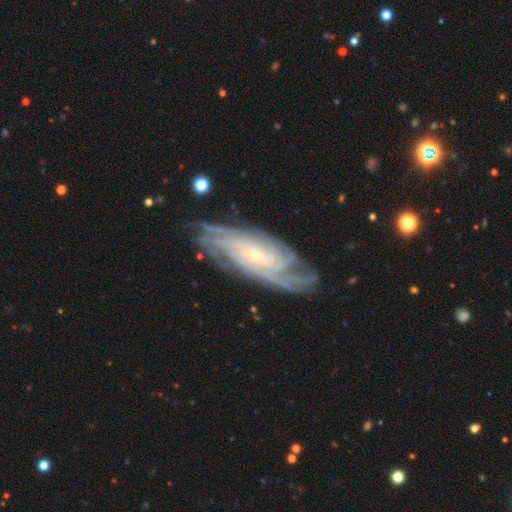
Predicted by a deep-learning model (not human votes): smooth-or-featured: featured or disk: 88% | smooth: 7% | star or artifact: 5%
  disk-edge-on: no: 92% | yes: 8%
    bar: no: 65% | weak: 27% | strong: 8%
    has-spiral-arms: yes: 97% | no: 3%
      spiral-winding: tight: 74% | medium: 21% | loose: 4%
      spiral-arm-count: can't tell: 28% | 4: 24% | more than 4: 22% | 3: 11% | 2: 8% | 1: 6%
    bulge-size: small: 81% | moderate: 14% | none: 3% | large: 1% | dominant: 1%
  merging: none: 78% | minor disturbance: 15% | major disturbance: 5% | merger: 2%